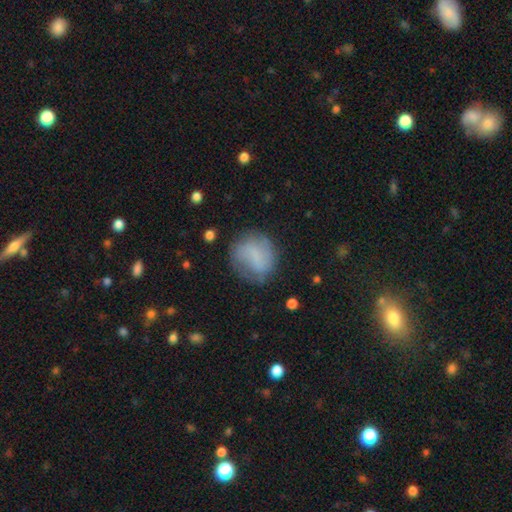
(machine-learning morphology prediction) This is likely a smooth galaxy (63%). How rounded: likely round (78%). Merging: likely none (68%).